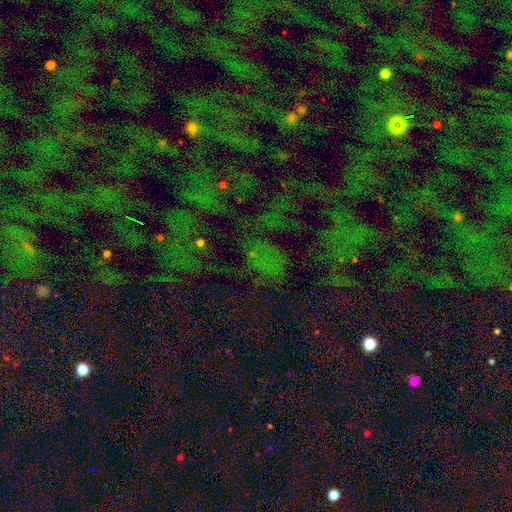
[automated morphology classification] star or artifact 71%, smooth 19%, featured or disk 10%.